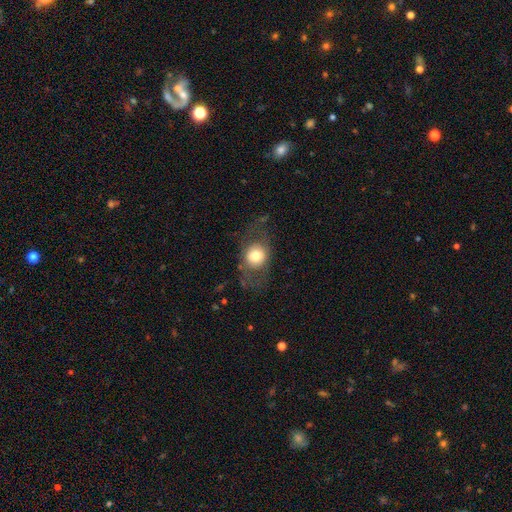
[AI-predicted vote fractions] This is likely a smooth galaxy (62%). How rounded: possibly round (59%). Merging: likely none (65%).